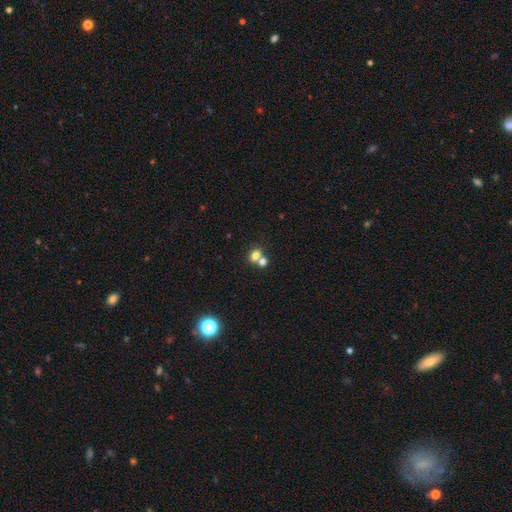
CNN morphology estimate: Smooth or featured: smooth — 75% (star or artifact — 14%)
How rounded: round — 52% (in between — 46%)
Merging: merger — 45% (tied with none — 45%)